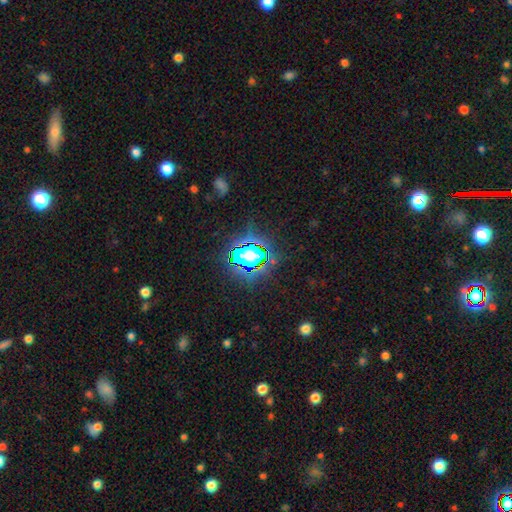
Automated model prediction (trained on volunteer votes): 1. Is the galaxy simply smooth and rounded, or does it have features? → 68% star or artifact, 20% smooth, 12% featured or disk.